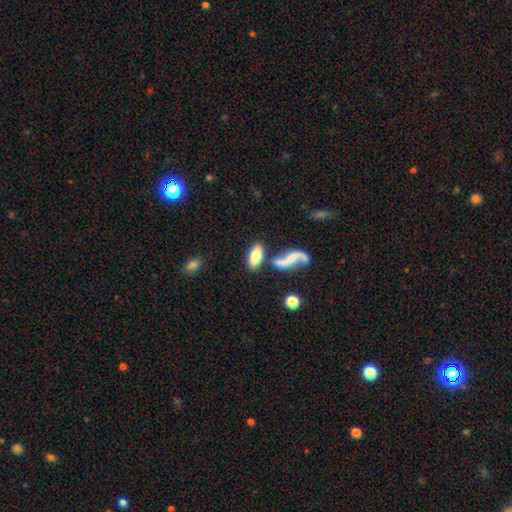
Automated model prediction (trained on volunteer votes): Smooth or featured: smooth — 72% (featured or disk — 22%)
How rounded: in between — 88% (cigar-shaped — 8%)
Merging: none — 61% (merger — 21%)